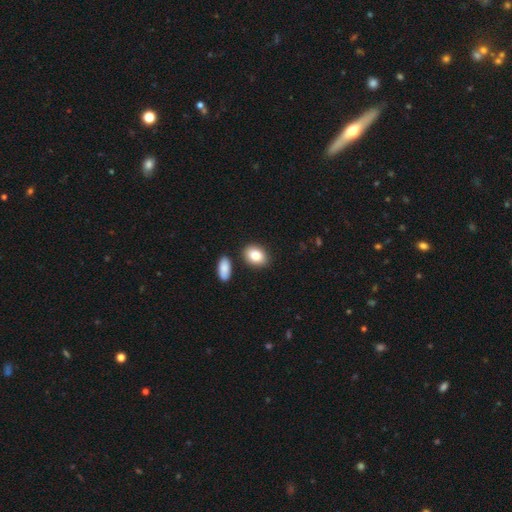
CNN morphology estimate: smooth_or_featured: smooth (p=0.86) [alt: featured or disk p=0.07]
how_rounded: in between (p=0.81) [alt: round p=0.18]
merging: none (p=0.80) [alt: minor disturbance p=0.10]